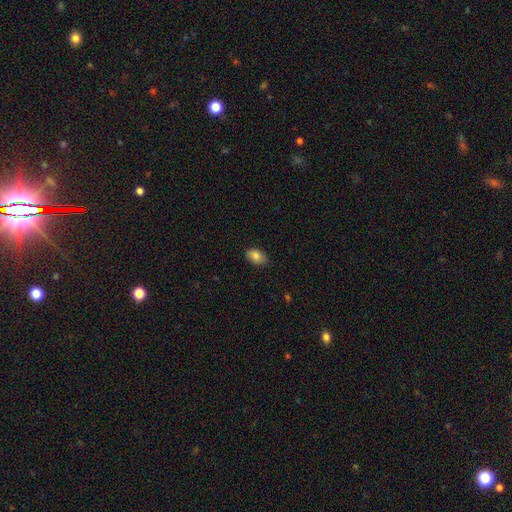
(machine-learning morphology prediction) A smooth galaxy with no disk features (83%) that is in between round and cigar-shaped (89%).

Vote fractions:
- Smooth or featured? smooth: 83% / featured or disk: 9% / star or artifact: 8%
- How rounded? in between: 89% / round: 10% / cigar-shaped: 1%
- Merging? none: 83% / minor disturbance: 14% / major disturbance: 2% / merger: 1%